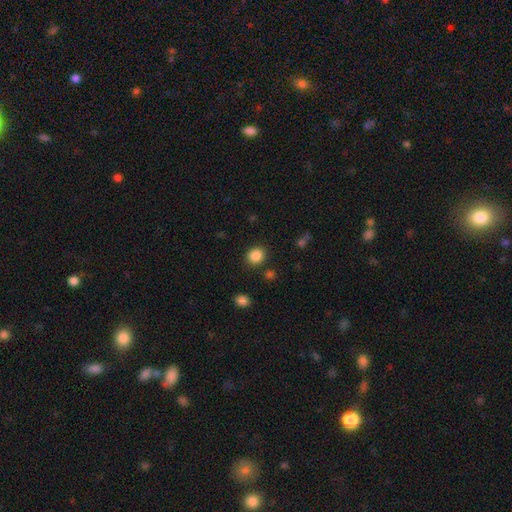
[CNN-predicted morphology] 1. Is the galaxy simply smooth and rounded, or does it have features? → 86% smooth, 10% star or artifact, 4% featured or disk.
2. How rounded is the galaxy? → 73% round, 27% in between, 1% cigar-shaped.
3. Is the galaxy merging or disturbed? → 86% none, 8% minor disturbance, 3% major disturbance, 3% merger.